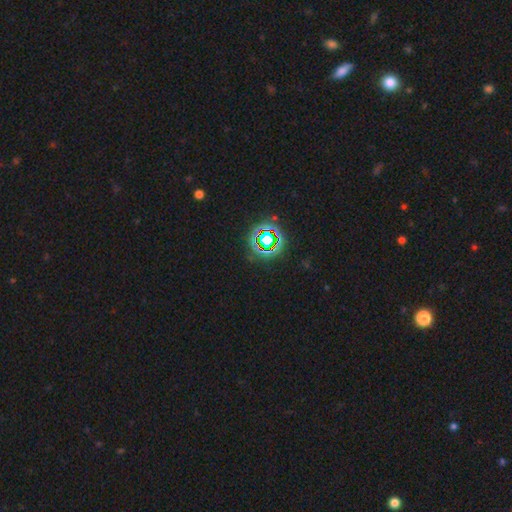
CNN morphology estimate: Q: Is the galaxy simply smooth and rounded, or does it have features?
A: star or artifact — 64%.